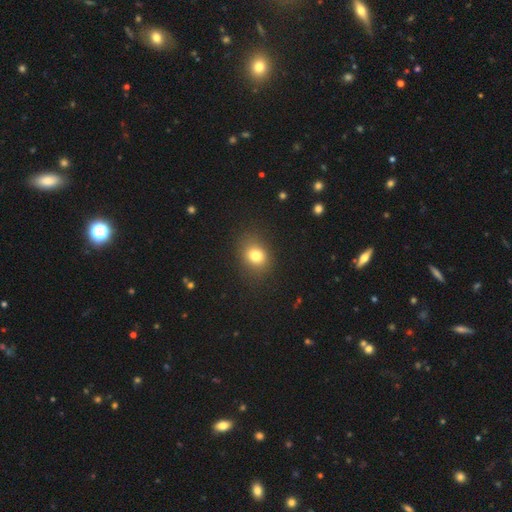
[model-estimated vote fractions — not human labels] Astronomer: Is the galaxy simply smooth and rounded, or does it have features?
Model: smooth — 78%.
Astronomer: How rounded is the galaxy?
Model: round — 55% (runner-up: in between, 44%).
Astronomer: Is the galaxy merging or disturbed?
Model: none — 83%.